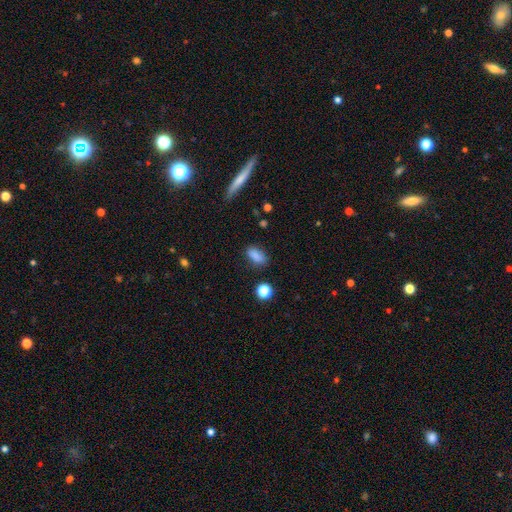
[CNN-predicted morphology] Smooth or featured? Predicted: smooth (p=0.84). How rounded? Predicted: in between (p=0.85). Merging? Predicted: none (p=0.77).